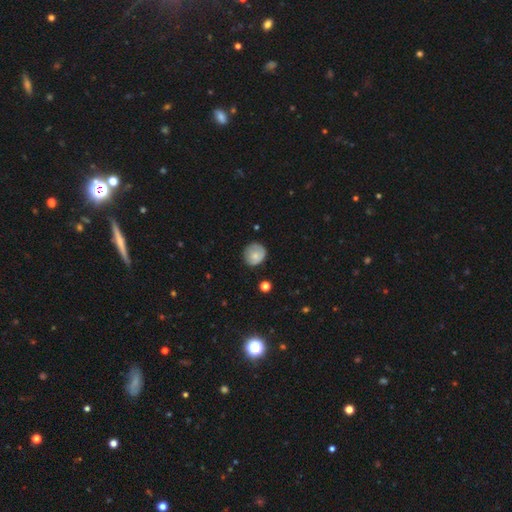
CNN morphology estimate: smooth_or_featured: smooth (p=0.69) [alt: featured or disk p=0.23]
how_rounded: round (p=0.85) [alt: in between p=0.15]
merging: none (p=0.71) [alt: minor disturbance p=0.22]